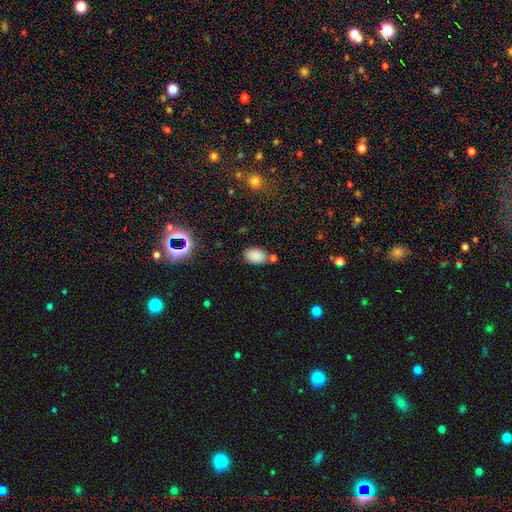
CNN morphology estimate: Smooth or featured? smooth (83%)
How rounded? in between (88%)
Merging? none (67%)